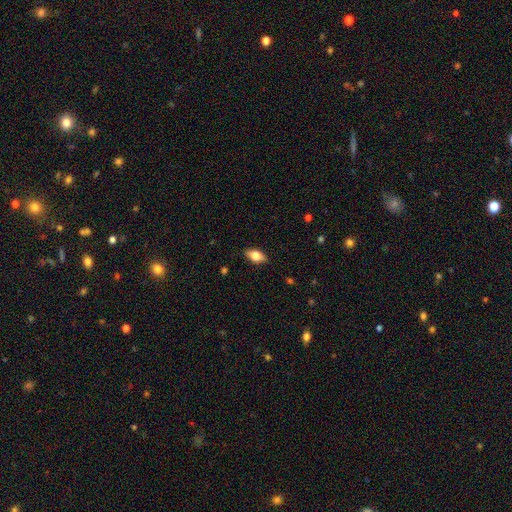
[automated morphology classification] Smooth or featured? Predicted: smooth (p=0.73). How rounded? Predicted: in between (p=0.88). Merging? Predicted: none (p=0.86).